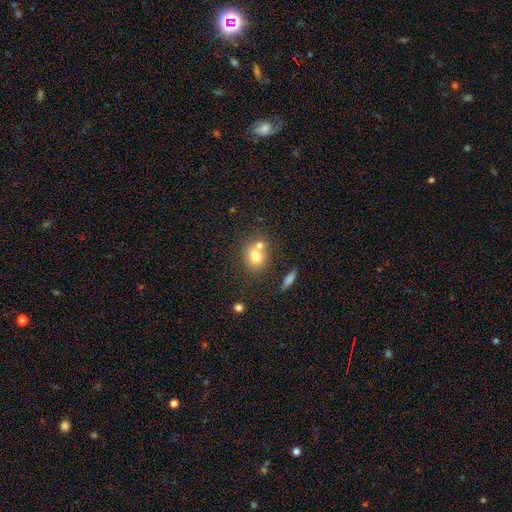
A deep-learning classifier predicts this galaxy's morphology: smooth-or-featured: smooth: 73% | featured or disk: 16% | star or artifact: 11%
  how-rounded: round: 65% | in between: 34% | cigar-shaped: 1%
  merging: none: 45% | merger: 41% | minor disturbance: 10% | major disturbance: 4%